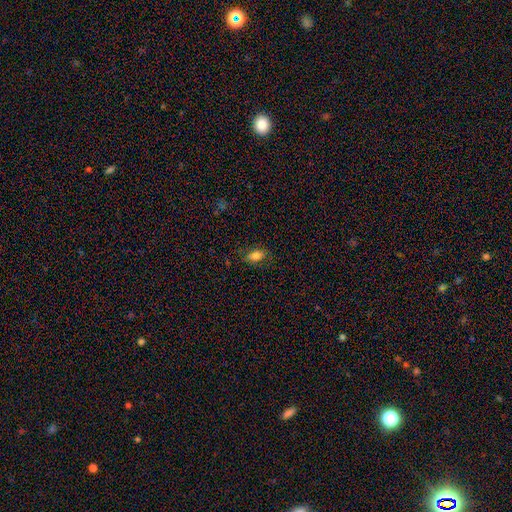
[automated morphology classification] A smooth galaxy with no disk features (81%) that is in between round and cigar-shaped (87%).

Vote fractions:
- Smooth or featured? smooth: 81% / star or artifact: 10% / featured or disk: 9%
- How rounded? in between: 87% / round: 9% / cigar-shaped: 4%
- Merging? none: 80% / minor disturbance: 15% / major disturbance: 4% / merger: 1%